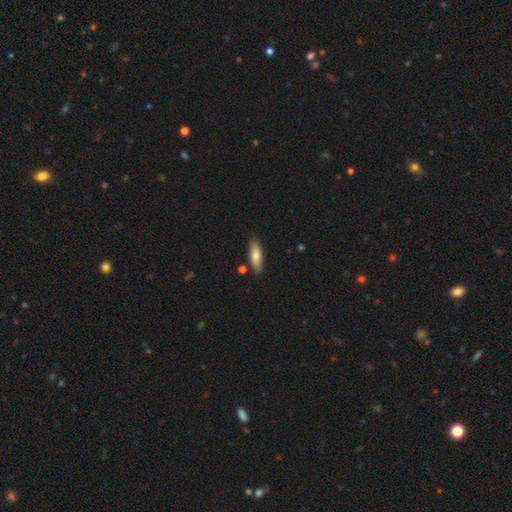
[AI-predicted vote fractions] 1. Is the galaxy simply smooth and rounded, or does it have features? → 75% smooth, 19% featured or disk, 6% star or artifact.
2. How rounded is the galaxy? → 51% in between, 47% cigar-shaped, 2% round.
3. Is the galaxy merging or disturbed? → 84% none, 11% minor disturbance, 3% merger, 2% major disturbance.